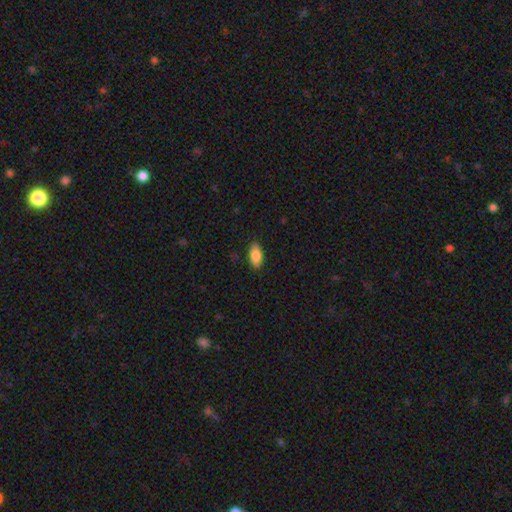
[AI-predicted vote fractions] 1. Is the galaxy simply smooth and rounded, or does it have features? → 84% smooth, 10% featured or disk, 7% star or artifact.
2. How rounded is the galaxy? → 88% in between, 9% cigar-shaped, 3% round.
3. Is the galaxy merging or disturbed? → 87% none, 10% minor disturbance, 2% major disturbance, 1% merger.